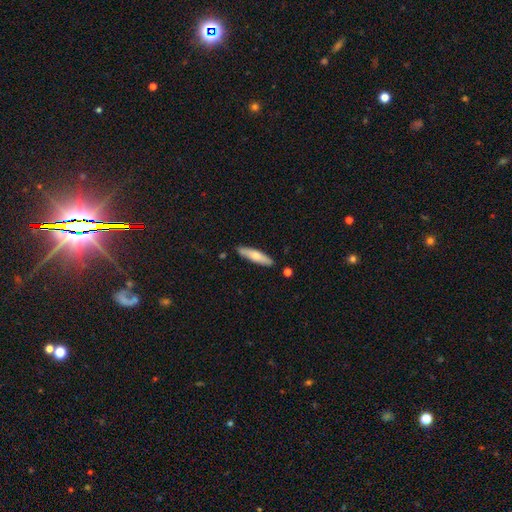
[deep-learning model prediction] A smooth galaxy with no disk features (66%) that is cigar-shaped (76%). Merging: none (85%).